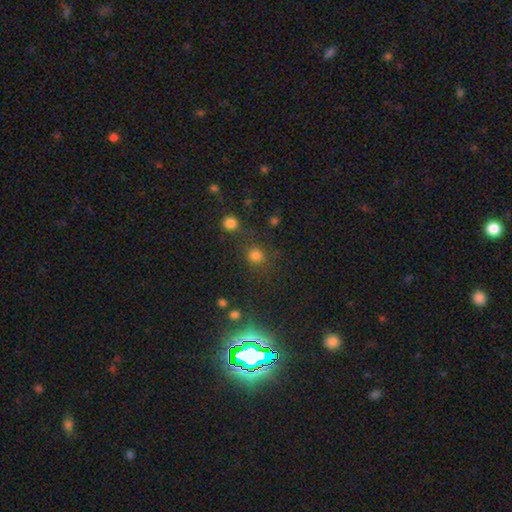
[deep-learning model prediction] smooth_or_featured: smooth (p=0.76) [alt: star or artifact p=0.18]
how_rounded: round (p=0.87) [alt: in between p=0.12]
merging: none (p=0.73) [alt: minor disturbance p=0.11]